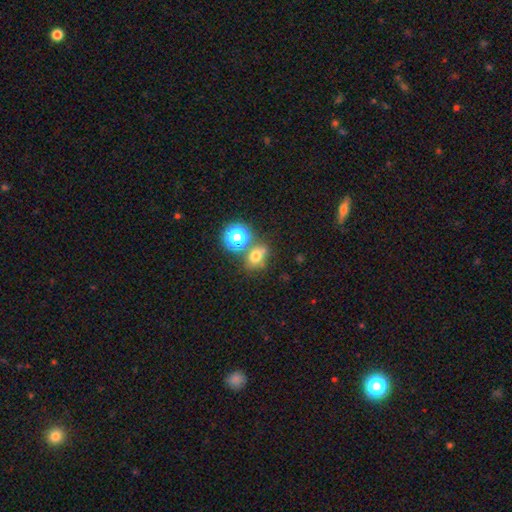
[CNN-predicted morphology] Smooth or featured: smooth — 66% (star or artifact — 23%)
How rounded: round — 59% (in between — 40%)
Merging: none — 59% (merger — 24%)